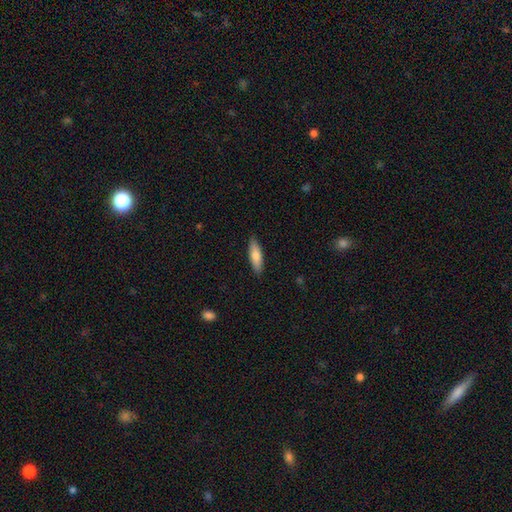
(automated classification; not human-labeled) smooth-or-featured: smooth: 79% | featured or disk: 15% | star or artifact: 6%
  how-rounded: cigar-shaped: 54% | in between: 44% | round: 2%
  merging: none: 88% | minor disturbance: 9% | major disturbance: 2% | merger: 1%